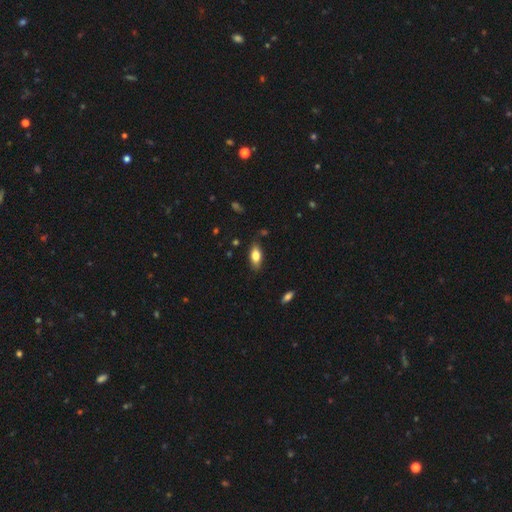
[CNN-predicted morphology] Smooth or featured: smooth — 77% (featured or disk — 16%)
How rounded: in between — 84% (cigar-shaped — 13%)
Merging: none — 81% (minor disturbance — 14%)